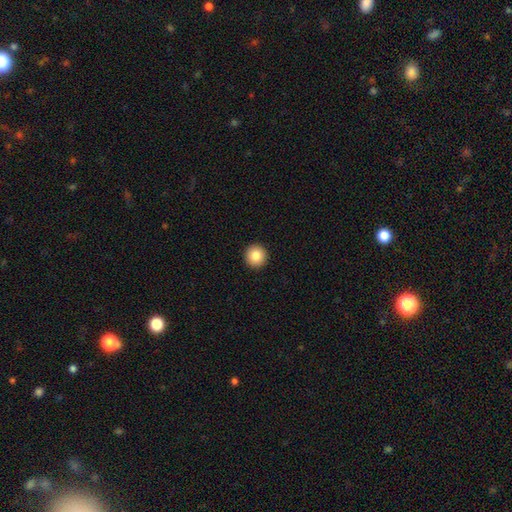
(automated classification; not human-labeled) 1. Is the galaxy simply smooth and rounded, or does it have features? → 84% smooth, 9% star or artifact, 7% featured or disk.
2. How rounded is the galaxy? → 96% round, 3% in between, 1% cigar-shaped.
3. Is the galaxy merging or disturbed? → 94% none, 4% minor disturbance, 1% major disturbance, 1% merger.